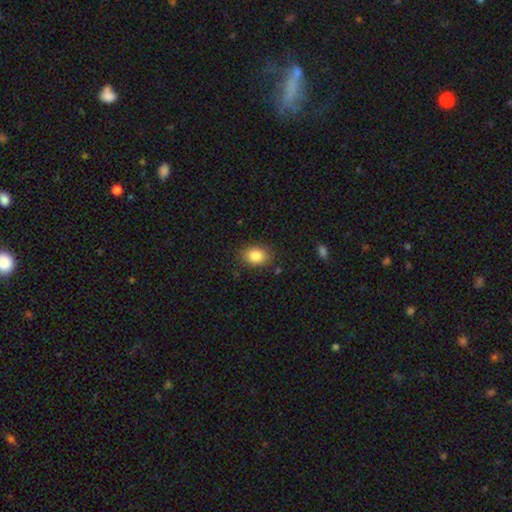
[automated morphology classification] smooth 85%, star or artifact 9%, featured or disk 6%. Down the decision tree: how rounded — in between (68%); merging — none (84%).